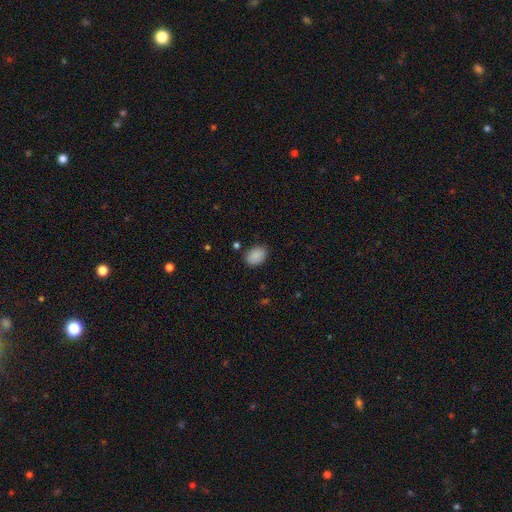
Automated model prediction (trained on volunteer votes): smooth_or_featured: smooth (p=0.89) [alt: star or artifact p=0.08]
how_rounded: in between (p=0.75) [alt: round p=0.24]
merging: none (p=0.85) [alt: minor disturbance p=0.11]